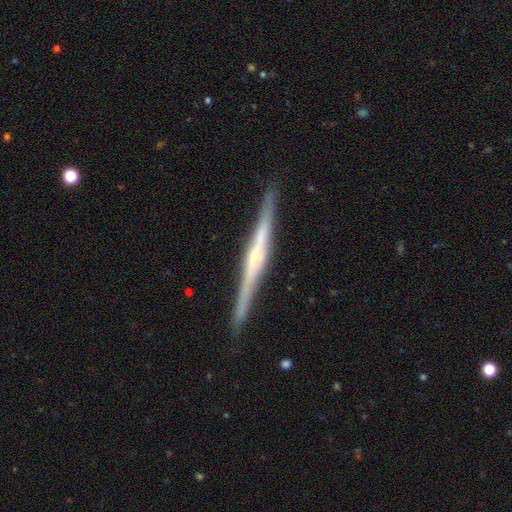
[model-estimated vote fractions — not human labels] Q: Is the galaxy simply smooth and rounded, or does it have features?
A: featured or disk — 79%.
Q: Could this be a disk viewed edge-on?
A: yes — 98%.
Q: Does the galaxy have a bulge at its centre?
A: rounded — 49%.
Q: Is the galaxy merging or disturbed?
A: none — 90%.